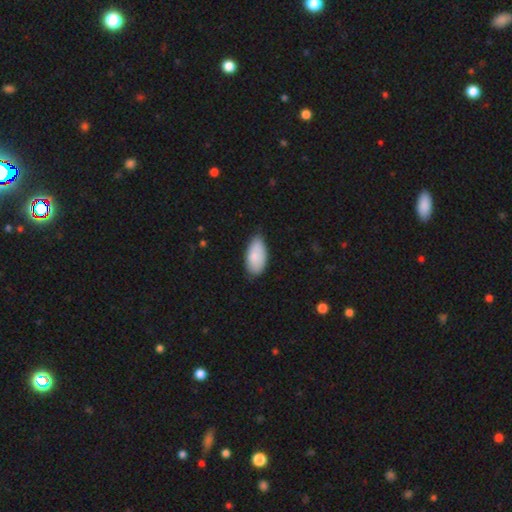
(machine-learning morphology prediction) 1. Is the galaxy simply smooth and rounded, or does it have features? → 85% smooth, 9% featured or disk, 6% star or artifact.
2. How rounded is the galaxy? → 94% in between, 3% cigar-shaped, 2% round.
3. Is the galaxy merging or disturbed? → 71% none, 24% minor disturbance, 3% major disturbance, 1% merger.